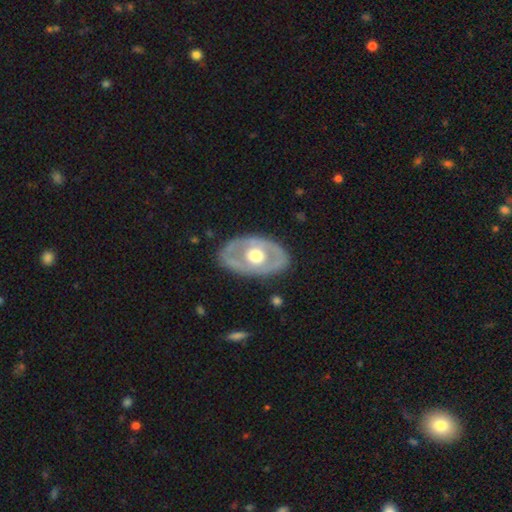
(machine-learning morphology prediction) smooth-or-featured: featured or disk: 62% | smooth: 34% | star or artifact: 4%
  disk-edge-on: no: 89% | yes: 11%
    bar: no: 87% | weak: 10% | strong: 3%
    has-spiral-arms: no: 85% | yes: 15%
    bulge-size: moderate: 62% | large: 31% | small: 4% | dominant: 2% | none: 1%
  merging: none: 81% | minor disturbance: 13% | major disturbance: 5% | merger: 1%